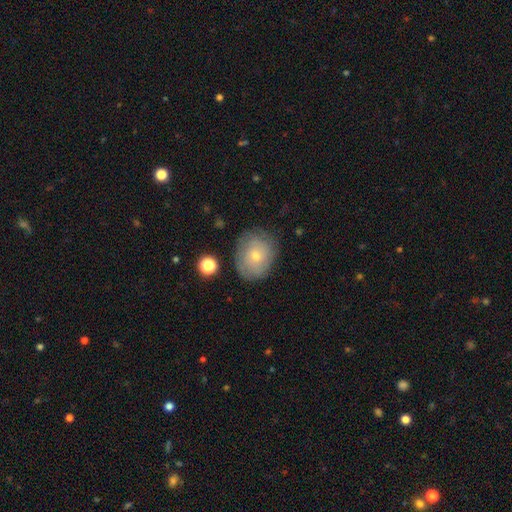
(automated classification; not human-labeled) This appears to be a smooth galaxy with no disk features (55%) that is round (60%). Merging: none (76%).